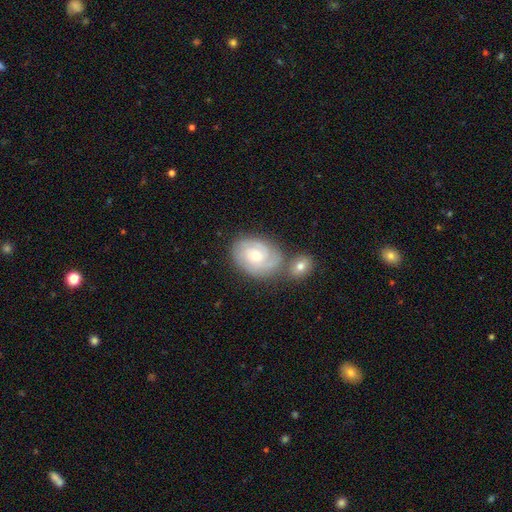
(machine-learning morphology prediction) smooth_or_featured: featured or disk (p=0.73) [alt: smooth p=0.20]
disk_edge_on: no (p=0.97) [alt: yes p=0.03]
bar: no (p=0.72) [alt: weak p=0.24]
has_spiral_arms: yes (p=0.93) [alt: no p=0.07]
spiral_winding: tight (p=0.68) [alt: medium p=0.26]
spiral_arm_count: 2 (p=0.32) [alt: can't tell p=0.28]
bulge_size: moderate (p=0.56) [alt: small p=0.40]
merging: none (p=0.56) [alt: merger p=0.22]